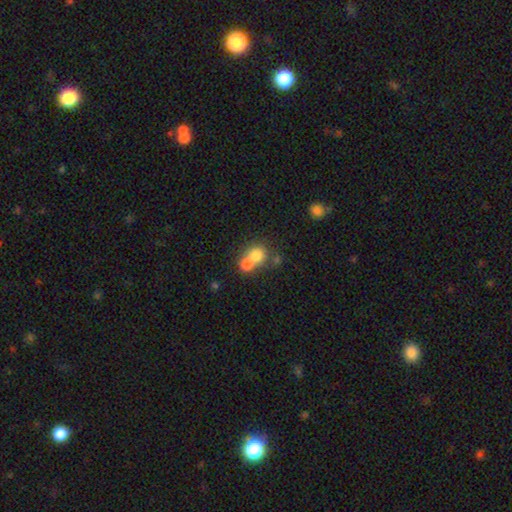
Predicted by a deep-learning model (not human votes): smooth 75%, featured or disk 14%, star or artifact 11%. Down the decision tree: how rounded — round (81%); merging — merger (60%).